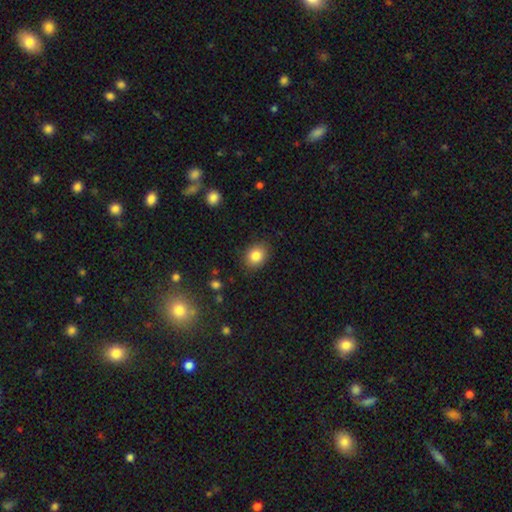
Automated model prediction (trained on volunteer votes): Smooth or featured? Predicted: smooth (p=0.84). How rounded? Predicted: in between (p=0.52). Merging? Predicted: none (p=0.86).